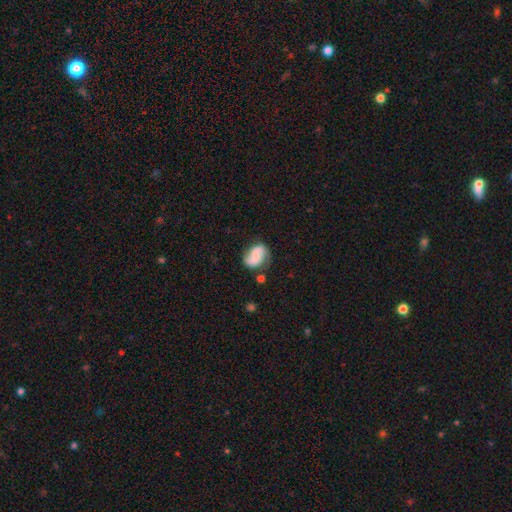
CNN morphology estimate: smooth_or_featured: featured or disk (p=0.53) [alt: smooth p=0.38]
disk_edge_on: no (p=0.97) [alt: yes p=0.03]
bar: no (p=0.46) [alt: weak p=0.33]
has_spiral_arms: yes (p=0.88) [alt: no p=0.12]
bulge_size: none (p=0.50) [alt: small p=0.25]
merging: none (p=0.60) [alt: minor disturbance p=0.24]